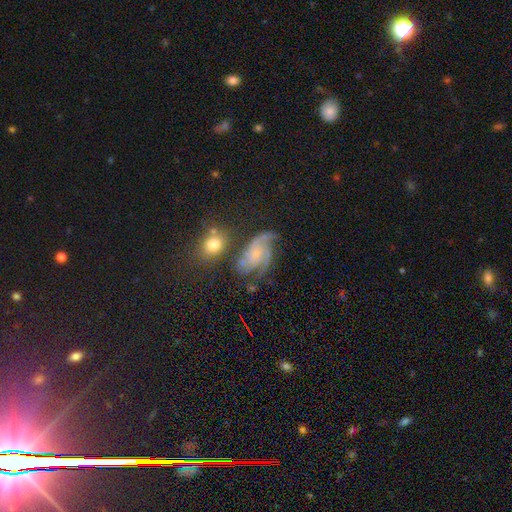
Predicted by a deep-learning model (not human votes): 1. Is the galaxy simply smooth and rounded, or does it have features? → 77% featured or disk, 13% smooth, 10% star or artifact.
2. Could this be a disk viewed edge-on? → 97% no, 3% yes.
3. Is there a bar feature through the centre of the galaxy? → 71% no, 25% weak, 5% strong.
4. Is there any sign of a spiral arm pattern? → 95% yes, 5% no.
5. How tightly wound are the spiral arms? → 46% medium, 36% tight, 18% loose.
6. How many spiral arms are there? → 35% 3, 26% 2, 18% can't tell, 8% 4, 7% 1, 6% more than 4.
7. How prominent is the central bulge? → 69% small, 18% moderate, 9% none, 2% large, 1% dominant.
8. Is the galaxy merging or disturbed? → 48% none, 23% minor disturbance, 20% major disturbance, 10% merger.